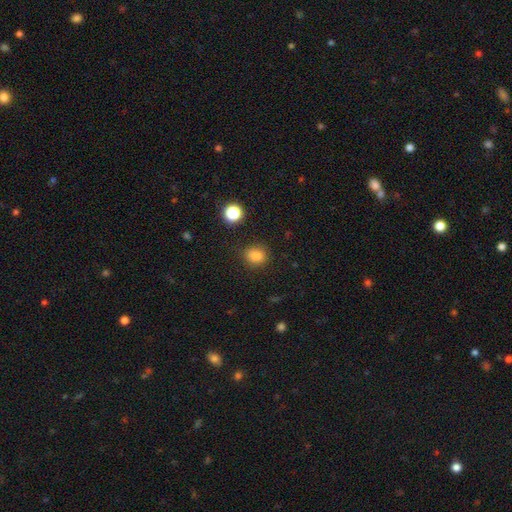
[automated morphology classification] smooth-or-featured: smooth: 83% | star or artifact: 13% | featured or disk: 4%
  how-rounded: round: 57% | in between: 42% | cigar-shaped: 1%
  merging: none: 82% | minor disturbance: 12% | major disturbance: 4% | merger: 2%